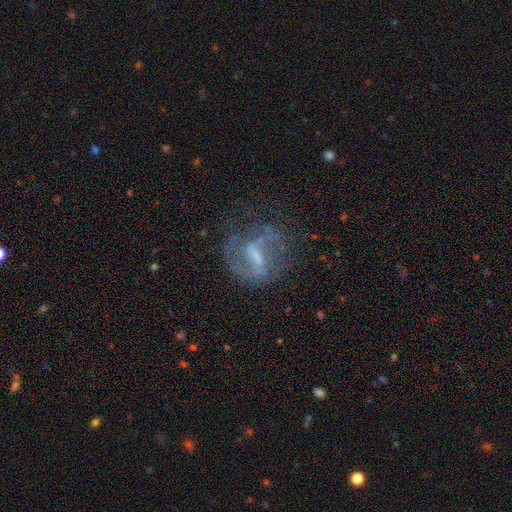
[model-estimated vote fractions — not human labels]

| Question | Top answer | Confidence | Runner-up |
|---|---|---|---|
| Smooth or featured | featured or disk | 72% | smooth (18%) |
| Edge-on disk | no | 93% | yes (7%) |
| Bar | strong | 46% | weak (39%) |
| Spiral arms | yes | 69% | no (31%) |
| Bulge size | small | 38% | none (28%) |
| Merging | none | 54% | major disturbance (23%) |